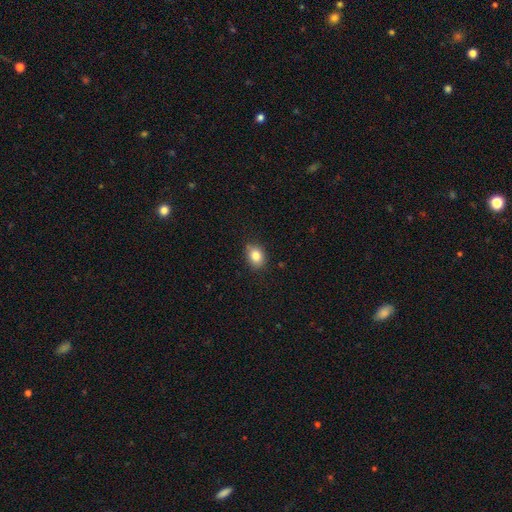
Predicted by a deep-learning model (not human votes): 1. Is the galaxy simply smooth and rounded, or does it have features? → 83% smooth, 9% star or artifact, 8% featured or disk.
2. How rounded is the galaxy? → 64% in between, 35% round, 1% cigar-shaped.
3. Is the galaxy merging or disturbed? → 80% none, 16% minor disturbance, 3% major disturbance, 1% merger.